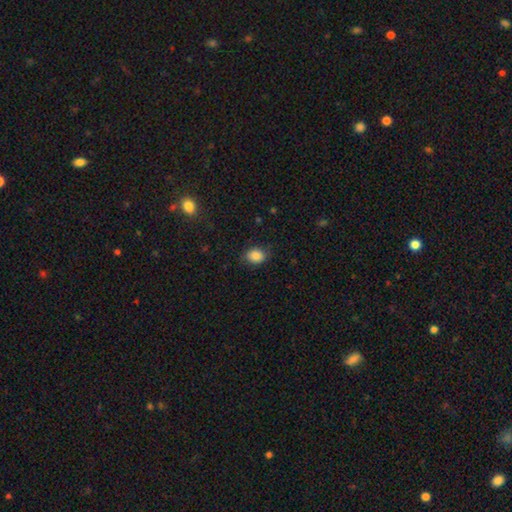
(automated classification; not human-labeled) smooth-or-featured: smooth: 86% | star or artifact: 9% | featured or disk: 5%
  how-rounded: in between: 55% | round: 44% | cigar-shaped: 1%
  merging: none: 78% | minor disturbance: 17% | major disturbance: 4% | merger: 1%